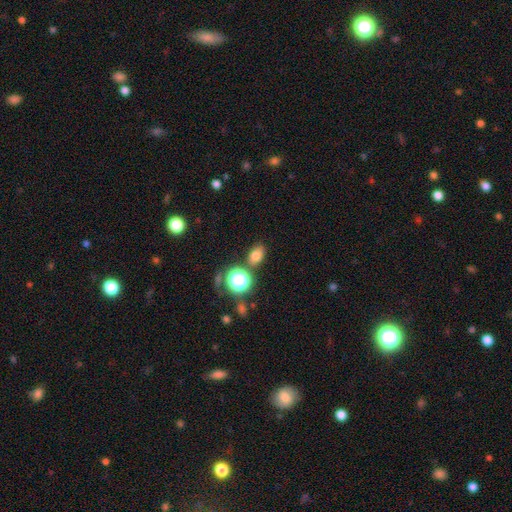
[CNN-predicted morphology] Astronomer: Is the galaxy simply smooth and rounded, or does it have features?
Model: smooth — 73%.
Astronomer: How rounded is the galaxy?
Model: in between — 69%.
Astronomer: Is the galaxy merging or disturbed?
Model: none — 77%.